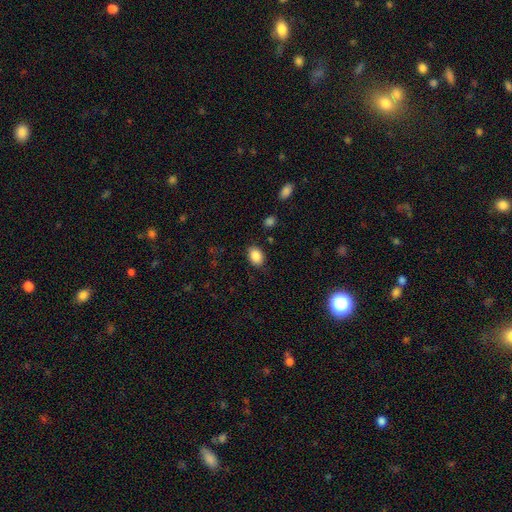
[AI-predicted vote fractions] This is clearly a smooth galaxy (87%). How rounded: likely in between (77%). Merging: clearly none (82%).